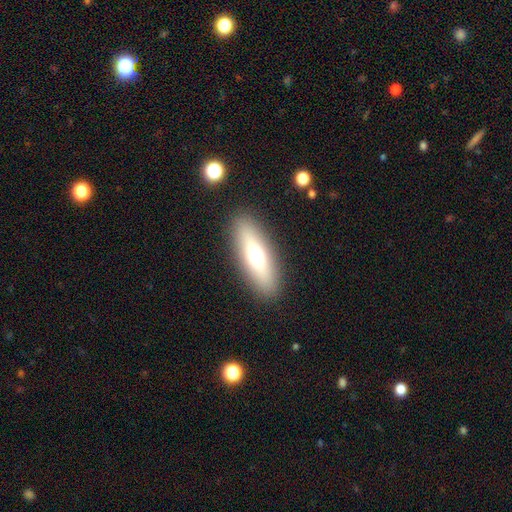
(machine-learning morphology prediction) Smooth or featured: smooth — 57% (featured or disk — 32%)
How rounded: in between — 56% (cigar-shaped — 40%)
Merging: none — 88% (minor disturbance — 7%)